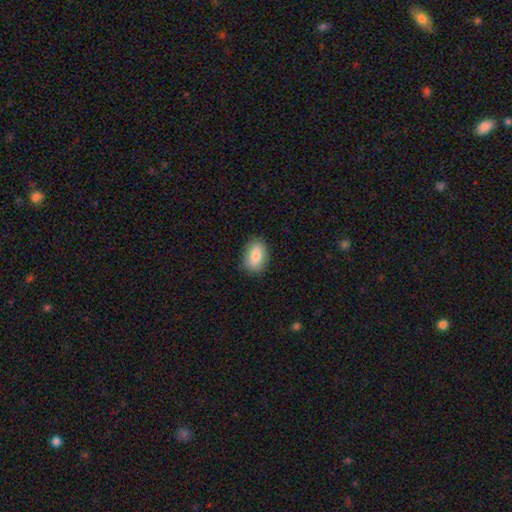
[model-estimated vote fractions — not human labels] smooth-or-featured: smooth: 82% | featured or disk: 11% | star or artifact: 7%
  how-rounded: in between: 87% | round: 10% | cigar-shaped: 2%
  merging: none: 85% | minor disturbance: 11% | major disturbance: 3% | merger: 1%